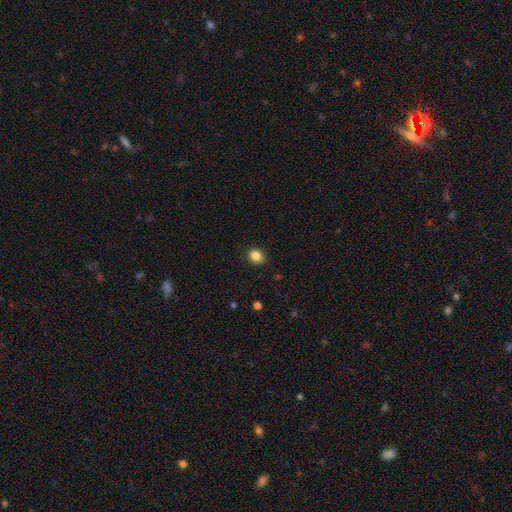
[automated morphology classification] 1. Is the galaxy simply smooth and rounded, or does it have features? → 85% smooth, 11% star or artifact, 5% featured or disk.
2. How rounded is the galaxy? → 65% round, 34% in between, 1% cigar-shaped.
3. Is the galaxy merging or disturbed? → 90% none, 8% minor disturbance, 2% major disturbance, 1% merger.